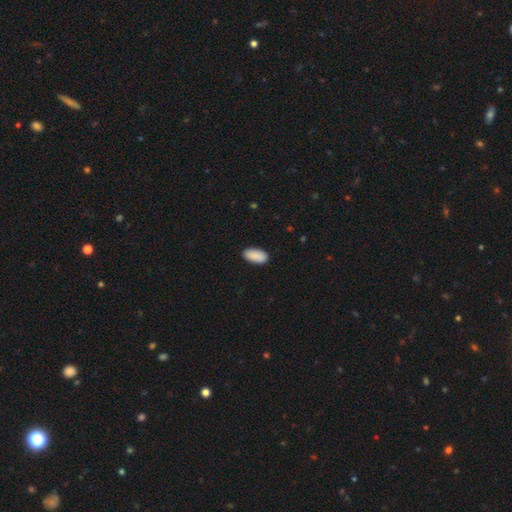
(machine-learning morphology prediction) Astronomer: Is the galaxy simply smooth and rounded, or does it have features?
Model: smooth — 91%.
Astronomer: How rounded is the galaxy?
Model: in between — 94%.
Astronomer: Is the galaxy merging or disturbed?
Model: none — 88%.